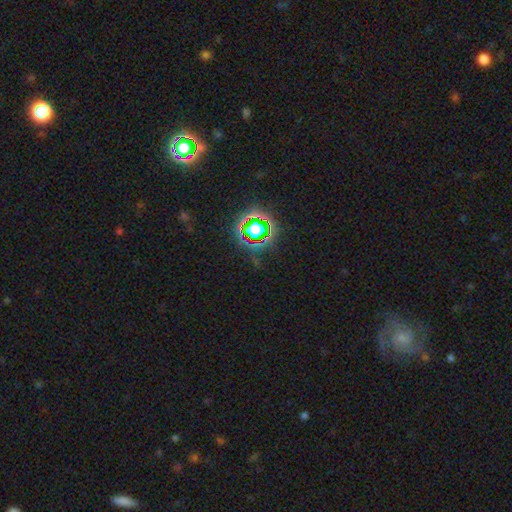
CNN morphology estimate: Smooth or featured? star or artifact (78%)